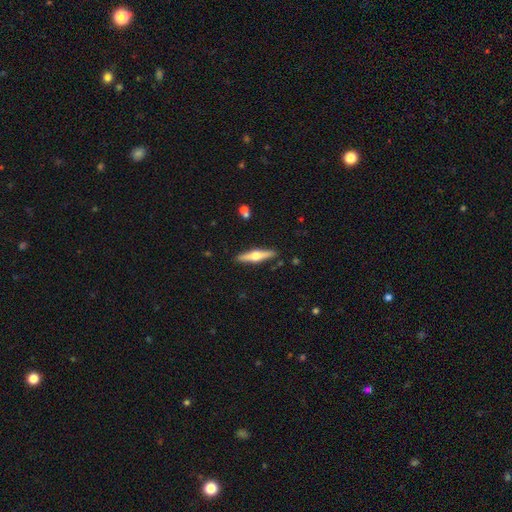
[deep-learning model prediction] Smooth or featured?
  - featured or disk: 67% *
  - smooth: 27%
  - star or artifact: 5%
Edge-on disk?
  - yes: 97% *
  - no: 3%
Edge-on bulge?
  - rounded: 95% *
  - boxy: 3%
  - none: 2%
Merging?
  - none: 90% *
  - minor disturbance: 7%
  - merger: 2%
  - major disturbance: 1%